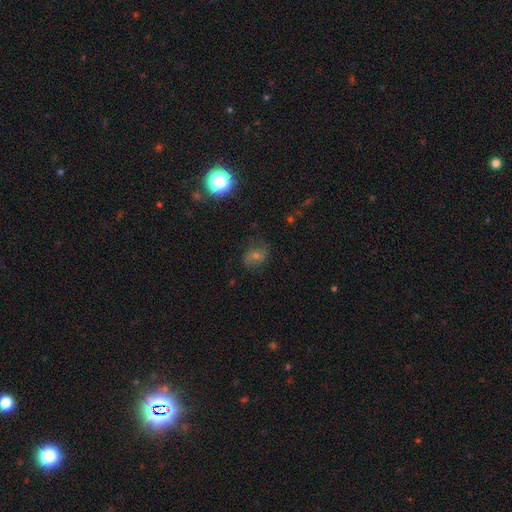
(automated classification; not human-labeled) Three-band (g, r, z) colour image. It shows a featured or disk galaxy (38%). Merging: none (74%).